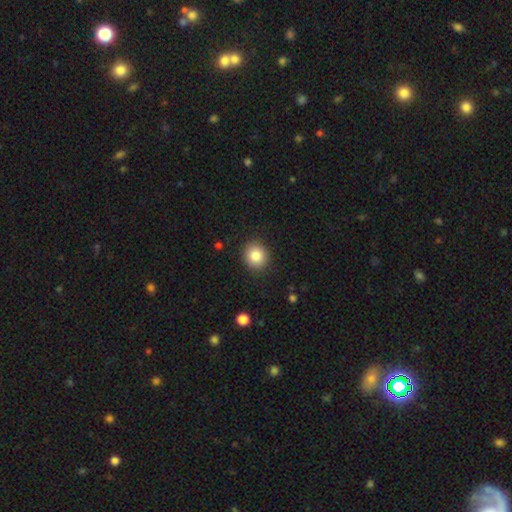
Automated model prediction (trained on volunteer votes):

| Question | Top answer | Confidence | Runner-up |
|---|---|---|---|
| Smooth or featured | smooth | 85% | star or artifact (9%) |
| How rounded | round | 85% | in between (15%) |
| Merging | none | 90% | minor disturbance (7%) |